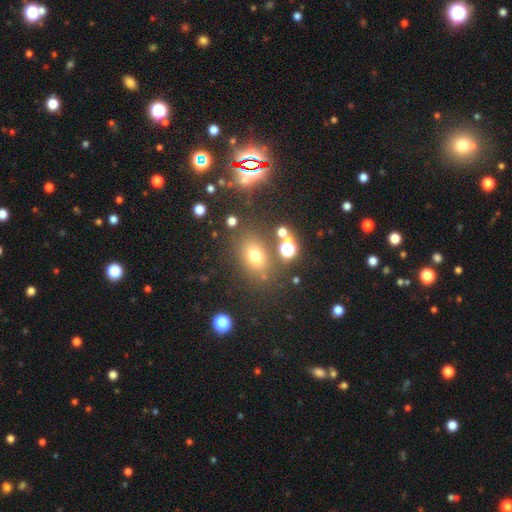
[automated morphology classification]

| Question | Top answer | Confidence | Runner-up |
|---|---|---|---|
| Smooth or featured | smooth | 64% | star or artifact (25%) |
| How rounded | in between | 58% | round (40%) |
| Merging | none | 75% | minor disturbance (11%) |